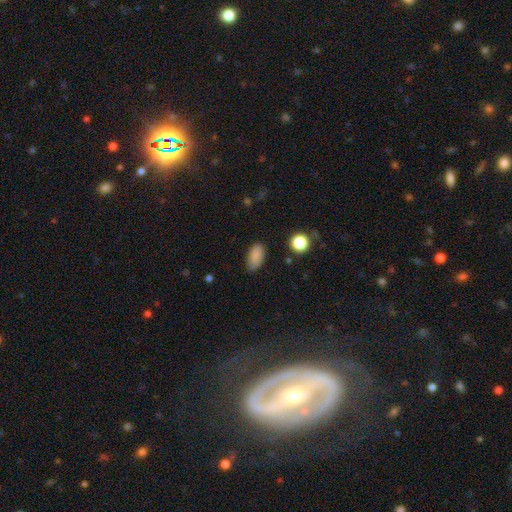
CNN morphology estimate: Smooth or featured: smooth — 86% (star or artifact — 9%)
How rounded: in between — 92% (round — 5%)
Merging: none — 81% (minor disturbance — 14%)